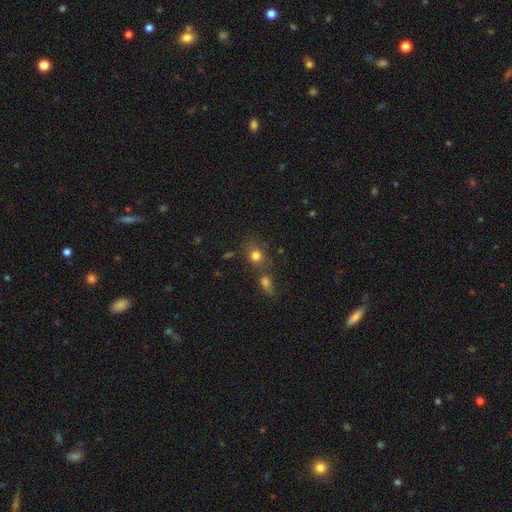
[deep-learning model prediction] Q: Smooth or featured?
A: smooth (76%); runner-up: star or artifact (14%)
Q: How rounded?
A: round (71%); runner-up: in between (28%)
Q: Merging?
A: none (53%); runner-up: merger (29%)